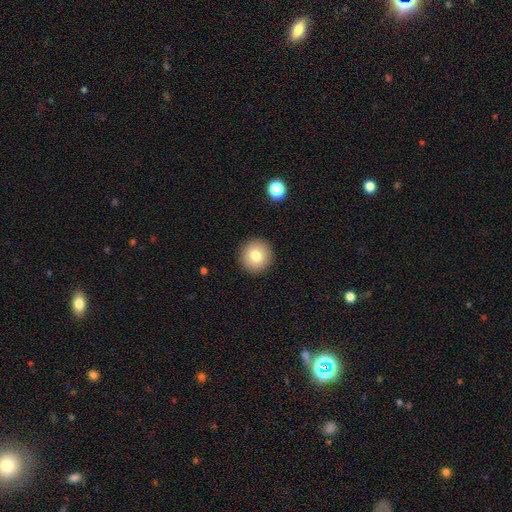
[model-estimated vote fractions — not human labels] A smooth galaxy with no disk features (79%) that is round (95%).

Vote fractions:
- Smooth or featured? smooth: 79% / featured or disk: 12% / star or artifact: 10%
- How rounded? round: 95% / in between: 4% / cigar-shaped: 1%
- Merging? none: 92% / minor disturbance: 5% / major disturbance: 2% / merger: 1%